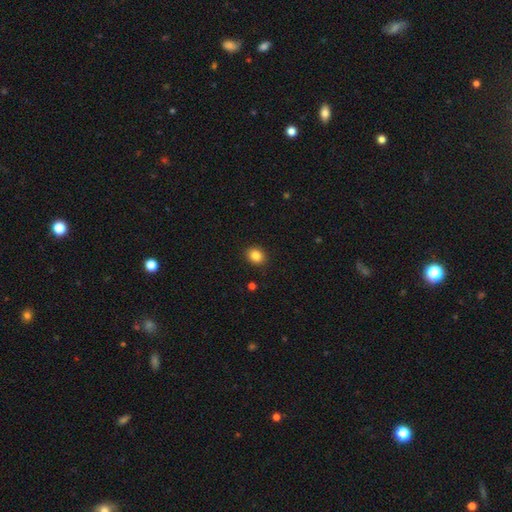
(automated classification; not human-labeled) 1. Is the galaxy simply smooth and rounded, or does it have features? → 85% smooth, 10% star or artifact, 5% featured or disk.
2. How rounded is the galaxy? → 64% round, 35% in between, 1% cigar-shaped.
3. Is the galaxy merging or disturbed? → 90% none, 7% minor disturbance, 2% major disturbance, 1% merger.